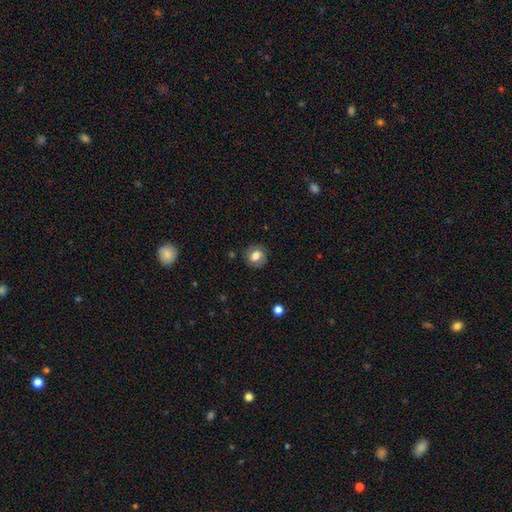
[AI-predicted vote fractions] Morphology: type=smooth (69%); roundness=round (80%); merging=none (84%).